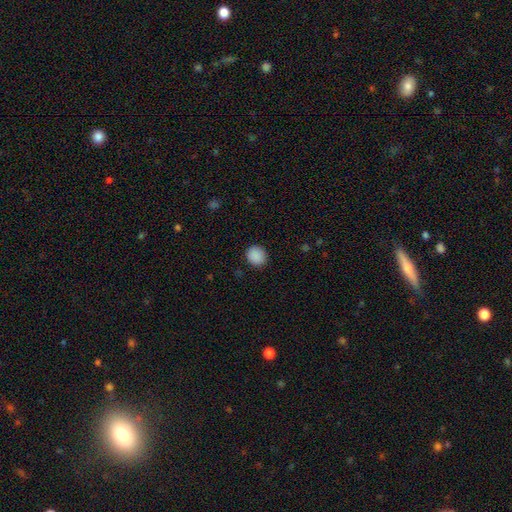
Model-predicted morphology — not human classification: Q: Smooth or featured?
A: smooth (90%); runner-up: star or artifact (8%)
Q: How rounded?
A: round (78%); runner-up: in between (21%)
Q: Merging?
A: none (89%); runner-up: minor disturbance (8%)